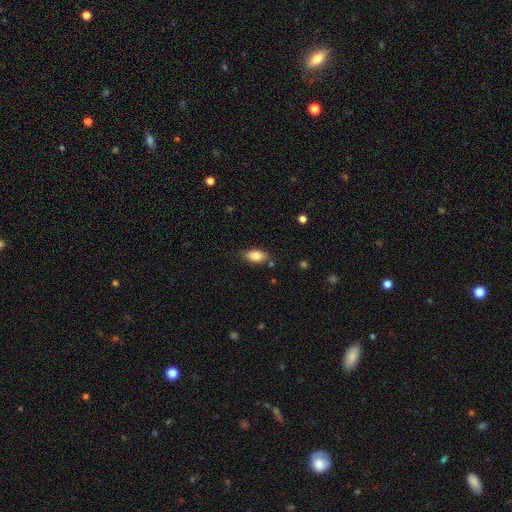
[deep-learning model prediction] Smooth or featured? Predicted: smooth (p=0.82). How rounded? Predicted: in between (p=0.88). Merging? Predicted: none (p=0.76).